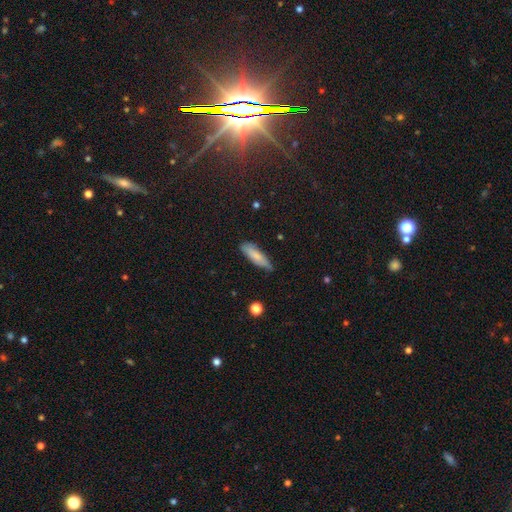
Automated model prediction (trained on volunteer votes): This is likely a smooth galaxy (78%). How rounded: likely cigar-shaped (62%). Merging: likely none (71%).